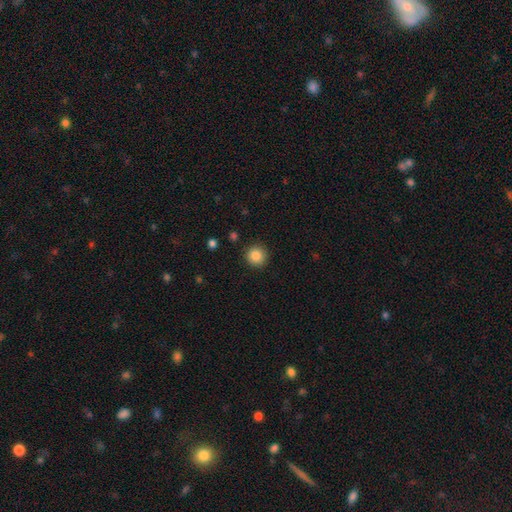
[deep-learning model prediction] Q: Smooth or featured?
A: smooth (87%); runner-up: star or artifact (10%)
Q: How rounded?
A: round (94%); runner-up: in between (5%)
Q: Merging?
A: none (90%); runner-up: minor disturbance (6%)